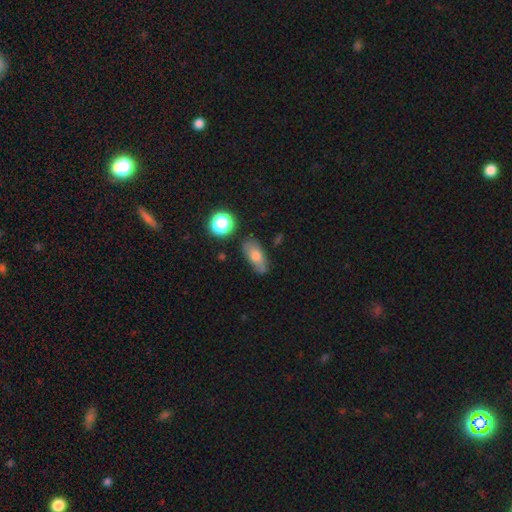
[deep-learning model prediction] Overall: smooth (72%). How rounded: in between (82%). Merging: none (68%).